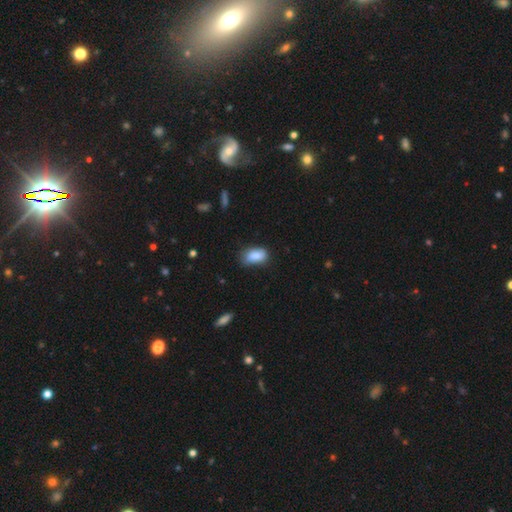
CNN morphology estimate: smooth 85%, star or artifact 8%, featured or disk 7%. Down the decision tree: how rounded — in between (91%); merging — none (59%).